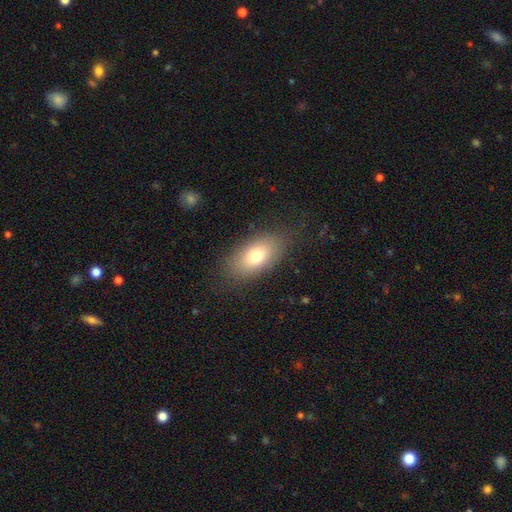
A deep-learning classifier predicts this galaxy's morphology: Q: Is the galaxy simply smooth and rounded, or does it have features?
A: smooth — 74%.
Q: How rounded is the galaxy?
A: in between — 89%.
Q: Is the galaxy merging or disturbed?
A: none — 81%.